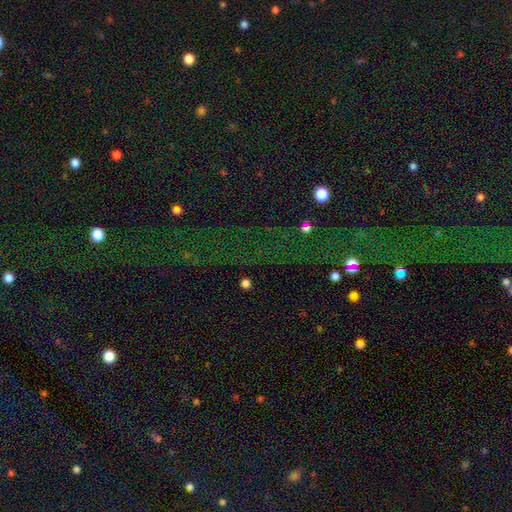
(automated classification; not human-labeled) Smooth or featured? Predicted: star or artifact (p=0.79).